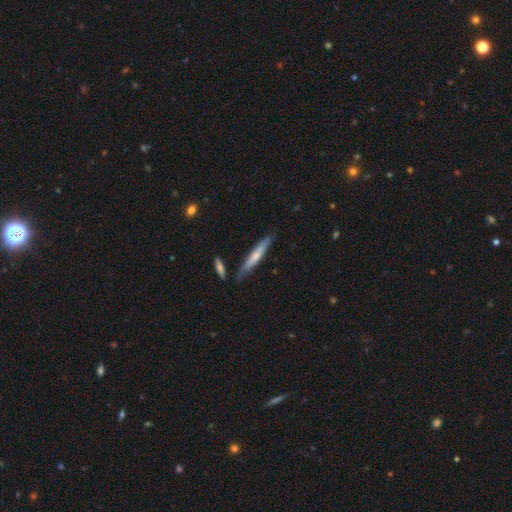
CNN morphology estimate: Q: Smooth or featured?
A: smooth (55%); runner-up: featured or disk (39%)
Q: How rounded?
A: cigar-shaped (92%); runner-up: in between (6%)
Q: Merging?
A: none (79%); runner-up: minor disturbance (14%)